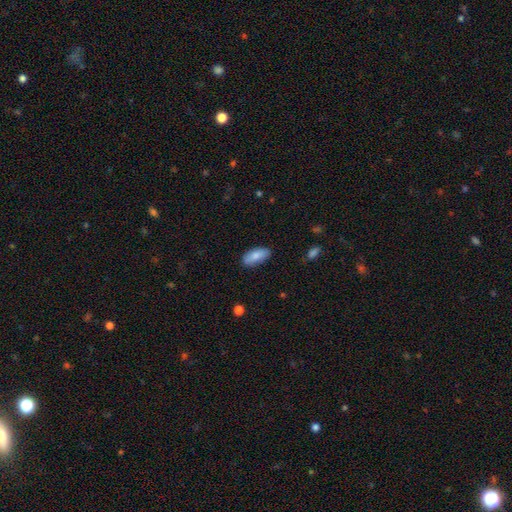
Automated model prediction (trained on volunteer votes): Q: Smooth or featured?
A: smooth (81%); runner-up: featured or disk (13%)
Q: How rounded?
A: in between (86%); runner-up: cigar-shaped (12%)
Q: Merging?
A: none (81%); runner-up: minor disturbance (15%)